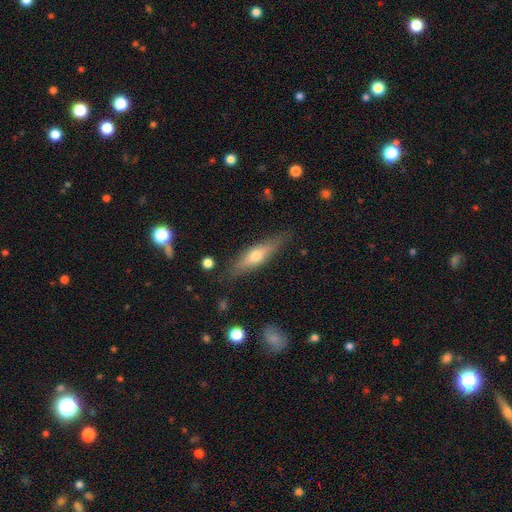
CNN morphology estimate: featured or disk 48%, smooth 45%, star or artifact 6%. Down the decision tree: merging — none (82%).